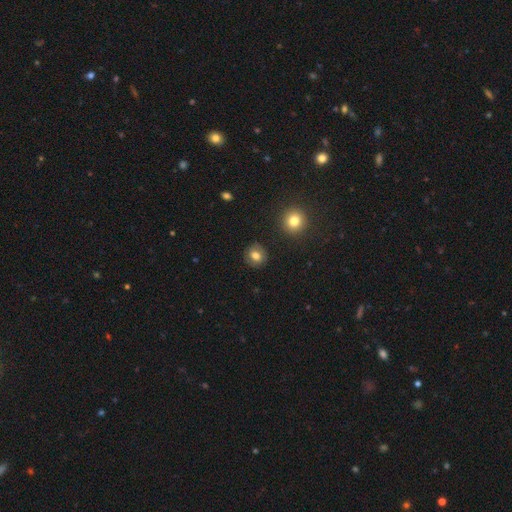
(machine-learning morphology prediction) Smooth or featured? Predicted: smooth (p=0.74). How rounded? Predicted: round (p=0.84). Merging? Predicted: none (p=0.87).